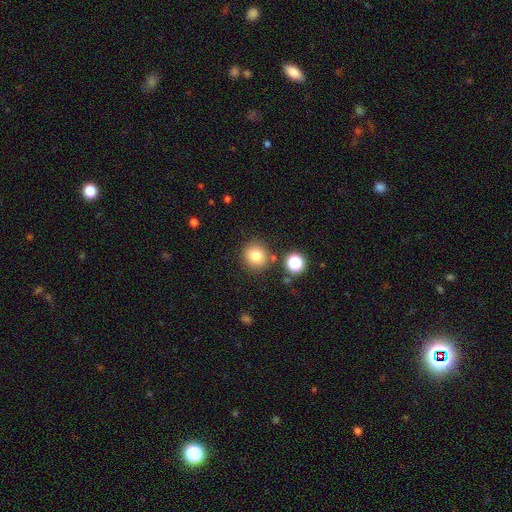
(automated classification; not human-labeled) A smooth galaxy with no disk features (79%) that is round (92%). Merging: none (83%).